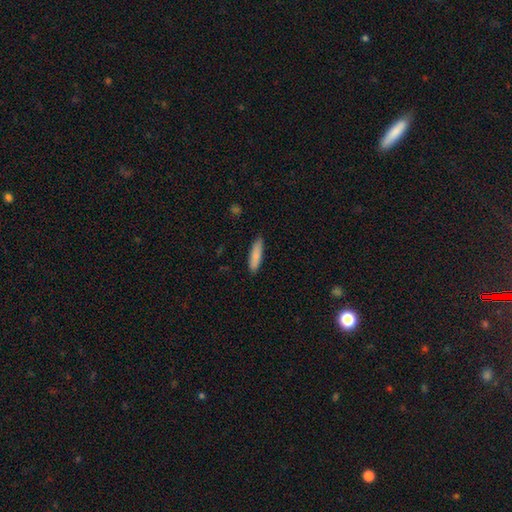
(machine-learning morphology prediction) This appears to be a smooth galaxy with no disk features (86%) that is cigar-shaped (71%). Merging: none (86%).